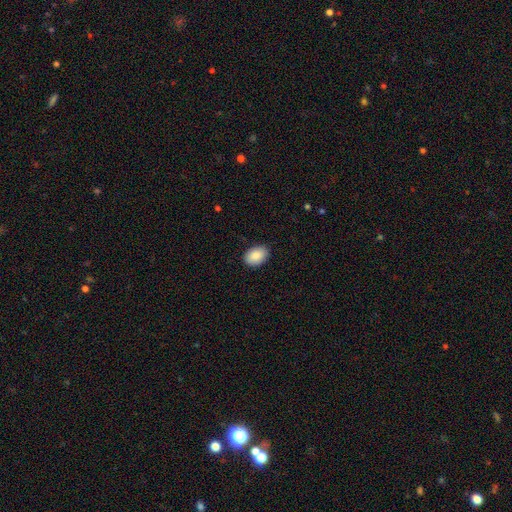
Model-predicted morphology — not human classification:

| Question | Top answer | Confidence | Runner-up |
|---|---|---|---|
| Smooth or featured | smooth | 86% | star or artifact (7%) |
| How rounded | in between | 84% | round (15%) |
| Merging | none | 87% | minor disturbance (10%) |